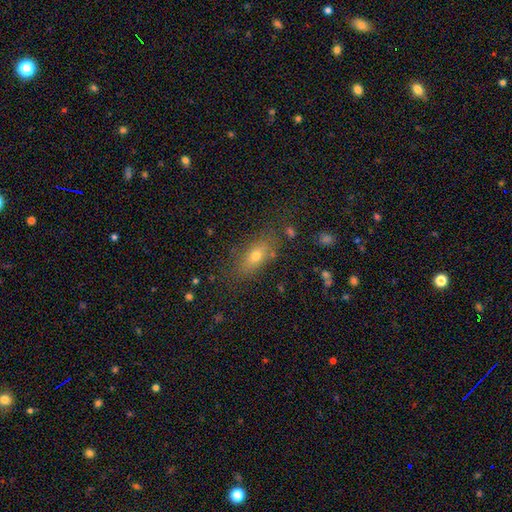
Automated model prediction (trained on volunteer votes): A smooth galaxy with no disk features (68%) that is in between round and cigar-shaped (72%). Merging: none (76%).